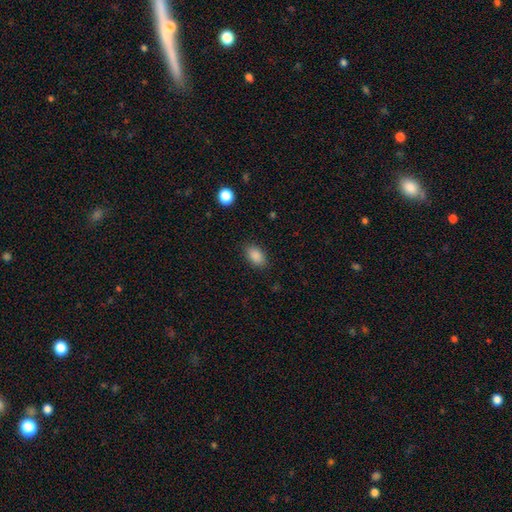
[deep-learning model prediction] Morphology: type=smooth (88%); roundness=in between (89%); merging=none (86%).